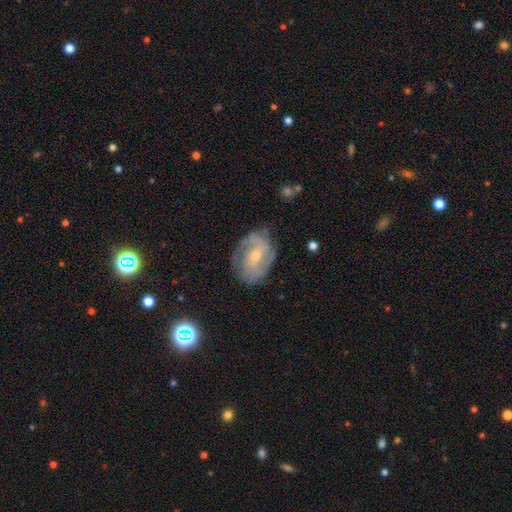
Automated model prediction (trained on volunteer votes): Smooth or featured? Predicted: featured or disk (p=0.78). Edge-on disk? Predicted: no (p=0.97). Bar? Predicted: no (p=0.45). Spiral arms? Predicted: yes (p=0.90). Spiral winding? Predicted: medium (p=0.43). Spiral arm count? Predicted: 2 (p=0.49). Bulge size? Predicted: small (p=0.59). Merging? Predicted: none (p=0.70).